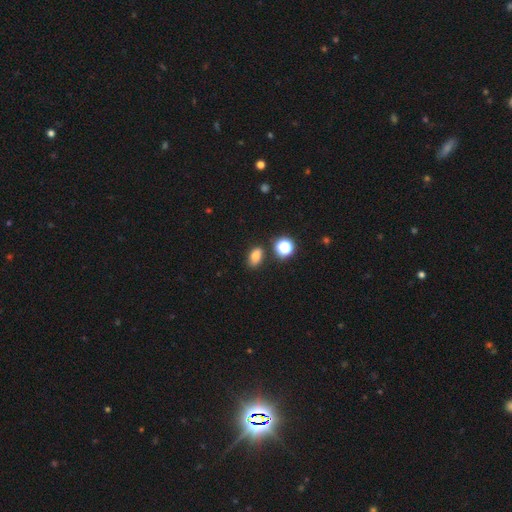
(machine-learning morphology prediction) Smooth or featured?
  - smooth: 78% *
  - star or artifact: 14%
  - featured or disk: 7%
How rounded?
  - in between: 81% *
  - round: 17%
  - cigar-shaped: 2%
Merging?
  - none: 79% *
  - minor disturbance: 12%
  - merger: 6%
  - major disturbance: 3%